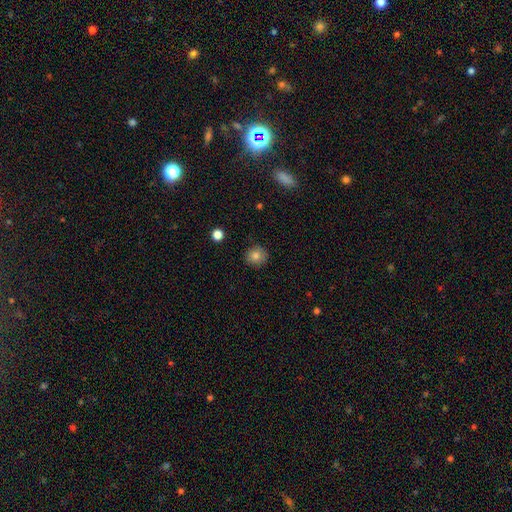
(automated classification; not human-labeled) The model was most divided on "smooth or featured": smooth: 81%, star or artifact: 10%, featured or disk: 8%. More confident: how rounded — round (92%); merging — none (89%).